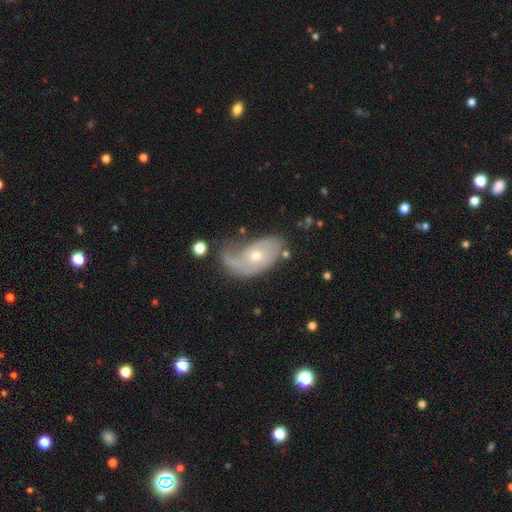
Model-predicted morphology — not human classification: Smooth or featured: featured or disk — 69% (smooth — 24%)
Edge-on disk: no — 94% (yes — 6%)
Bar: no — 78% (weak — 19%)
Spiral arms: yes — 78% (no — 22%)
Spiral winding: loose — 41% (medium — 33%)
Spiral arm count: 1 — 45% (2 — 32%)
Bulge size: moderate — 53% (small — 43%)
Merging: none — 32% (tied with major disturbance — 32%)